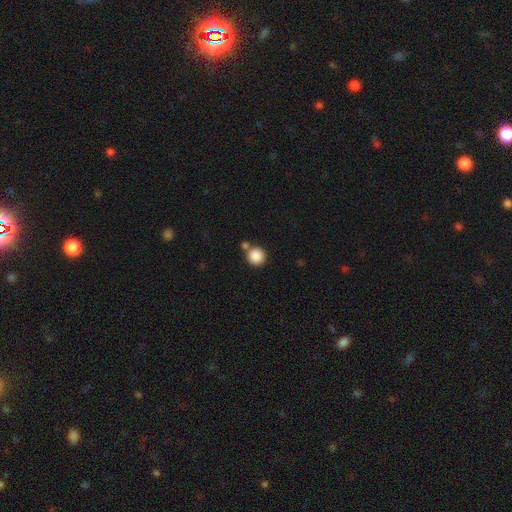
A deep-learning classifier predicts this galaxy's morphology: Q: Smooth or featured?
A: smooth (87%); runner-up: star or artifact (9%)
Q: How rounded?
A: round (95%); runner-up: in between (4%)
Q: Merging?
A: none (68%); runner-up: merger (20%)